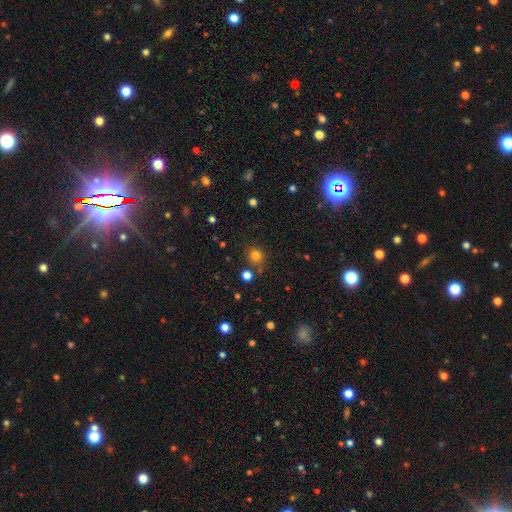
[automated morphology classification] A smooth galaxy with no disk features (78%) that is round (91%). Merging: none (78%).